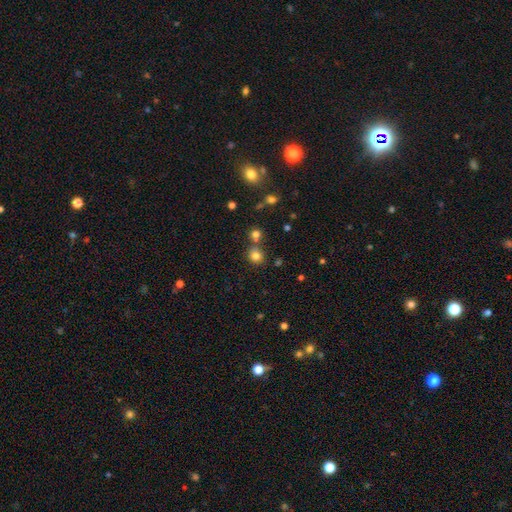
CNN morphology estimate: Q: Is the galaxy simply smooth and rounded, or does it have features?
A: smooth — 79%.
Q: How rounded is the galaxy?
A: round — 85%.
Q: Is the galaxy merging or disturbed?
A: none — 67%.